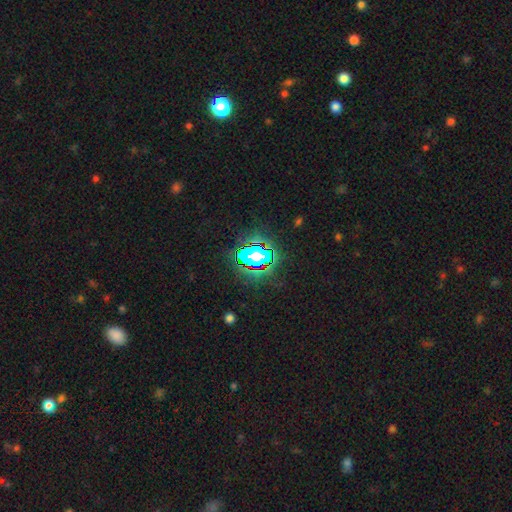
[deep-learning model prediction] Smooth or featured: star or artifact — 60% (smooth — 24%)